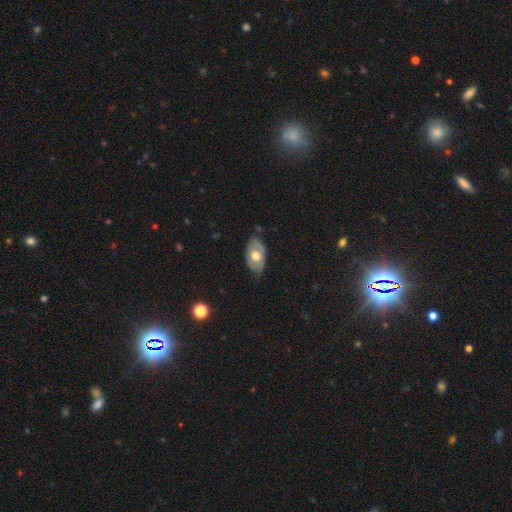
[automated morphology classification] Smooth or featured? smooth (47%, tied with featured or disk)
Merging? none (64%)